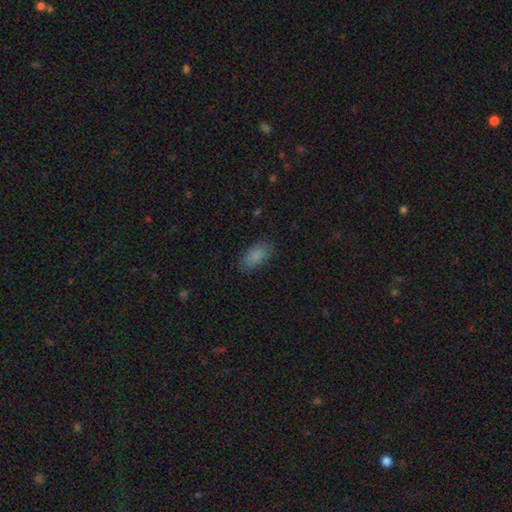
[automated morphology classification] A smooth galaxy with no disk features (87%) that is in between round and cigar-shaped (91%).

Vote fractions:
- Smooth or featured? smooth: 87% / star or artifact: 8% / featured or disk: 5%
- How rounded? in between: 91% / cigar-shaped: 6% / round: 3%
- Merging? none: 84% / minor disturbance: 12% / major disturbance: 3% / merger: 1%